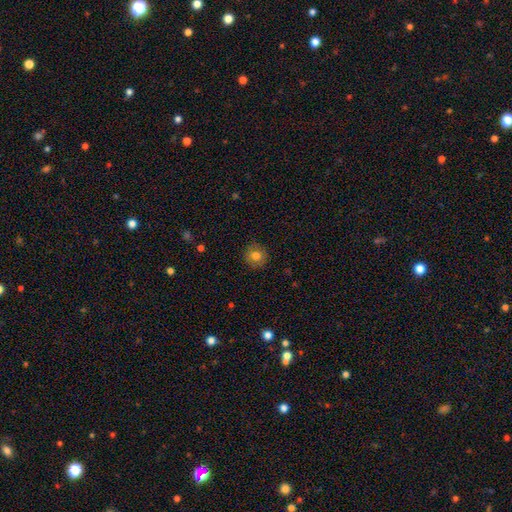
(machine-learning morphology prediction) Smooth or featured? Predicted: smooth (p=0.79). How rounded? Predicted: round (p=0.92). Merging? Predicted: none (p=0.88).